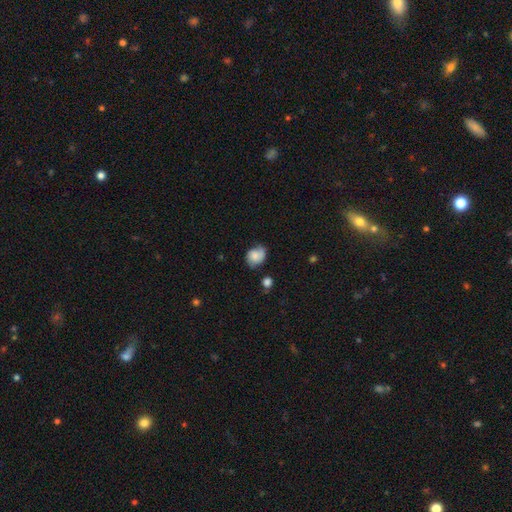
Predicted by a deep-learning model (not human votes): smooth_or_featured: smooth (p=0.59) [alt: featured or disk p=0.32]
how_rounded: round (p=0.55) [alt: in between p=0.44]
merging: none (p=0.55) [alt: minor disturbance p=0.31]